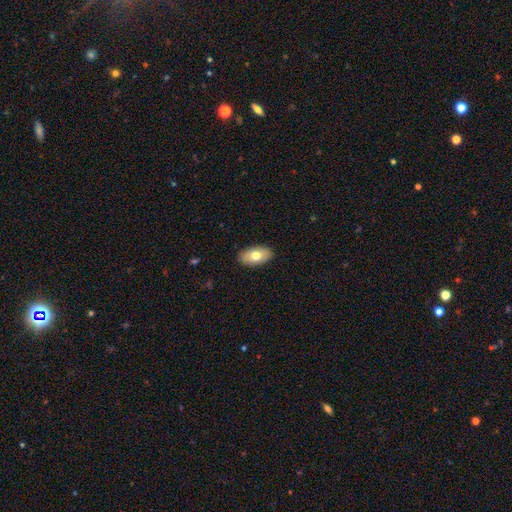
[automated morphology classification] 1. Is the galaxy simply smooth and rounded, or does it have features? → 74% smooth, 19% featured or disk, 7% star or artifact.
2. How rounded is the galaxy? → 93% in between, 4% round, 3% cigar-shaped.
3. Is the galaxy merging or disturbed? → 89% none, 9% minor disturbance, 2% major disturbance, 1% merger.